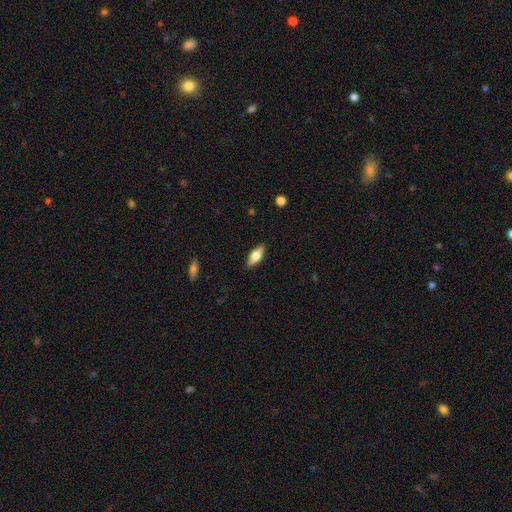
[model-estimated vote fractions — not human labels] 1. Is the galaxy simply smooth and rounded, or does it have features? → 58% smooth, 35% featured or disk, 7% star or artifact.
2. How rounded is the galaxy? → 72% in between, 25% cigar-shaped, 3% round.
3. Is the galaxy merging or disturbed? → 87% none, 10% minor disturbance, 2% major disturbance, 1% merger.